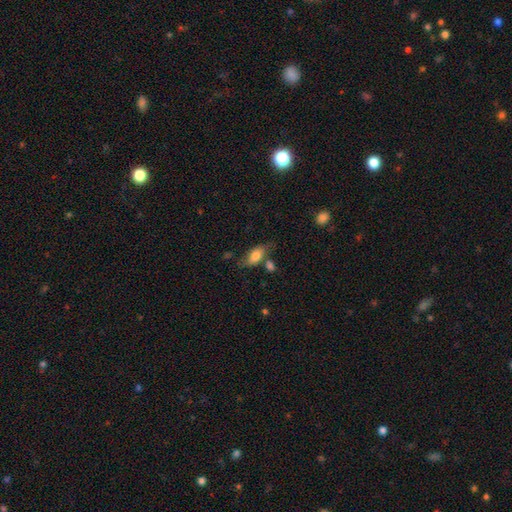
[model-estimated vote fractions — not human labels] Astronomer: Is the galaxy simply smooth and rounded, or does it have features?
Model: smooth — 72%.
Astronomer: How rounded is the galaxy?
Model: in between — 88%.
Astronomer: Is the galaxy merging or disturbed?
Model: none — 53%.